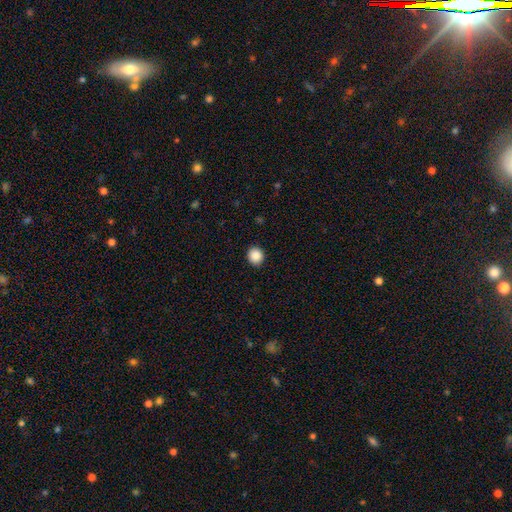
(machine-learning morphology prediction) A smooth galaxy with no disk features (88%) that is round (80%).

Vote fractions:
- Smooth or featured? smooth: 88% / star or artifact: 9% / featured or disk: 3%
- How rounded? round: 80% / in between: 19% / cigar-shaped: 1%
- Merging? none: 91% / minor disturbance: 6% / major disturbance: 2% / merger: 1%